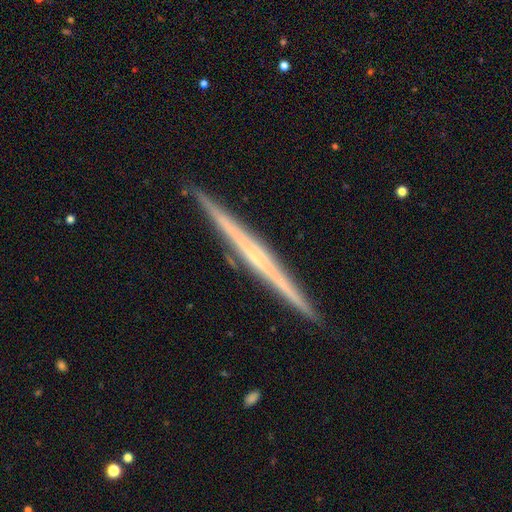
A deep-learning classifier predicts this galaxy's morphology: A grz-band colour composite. It shows a featured or disk galaxy (73%) viewed edge-on (98%) with no central bulge (73%). Merging: none (91%).